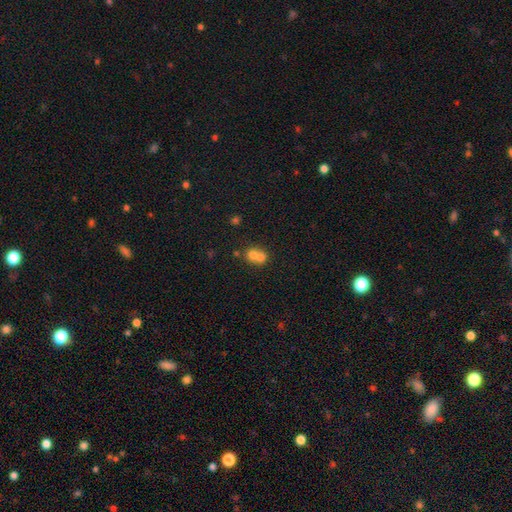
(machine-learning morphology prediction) This is likely a smooth galaxy (70%). How rounded: likely round (75%). Merging: likely merger (67%).